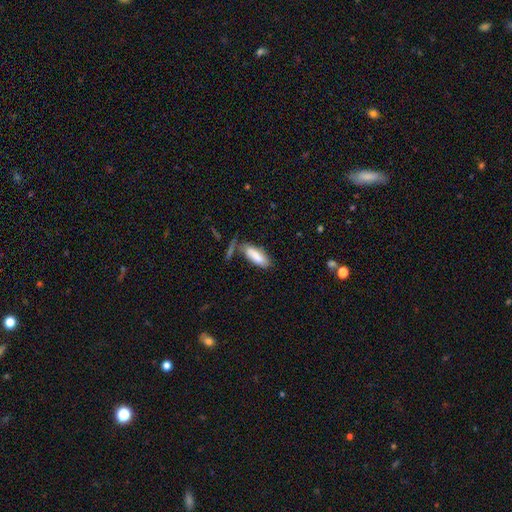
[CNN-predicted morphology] Smooth or featured? Predicted: smooth (p=0.79). How rounded? Predicted: in between (p=0.67). Merging? Predicted: none (p=0.52).